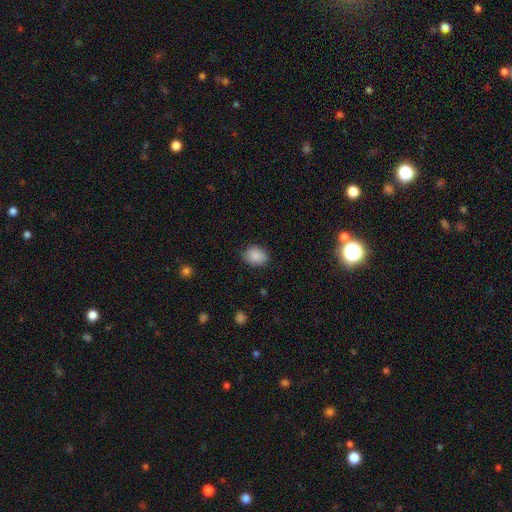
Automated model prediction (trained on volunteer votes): A smooth galaxy with no disk features (88%) that is in between round and cigar-shaped (54%). Merging: none (85%).